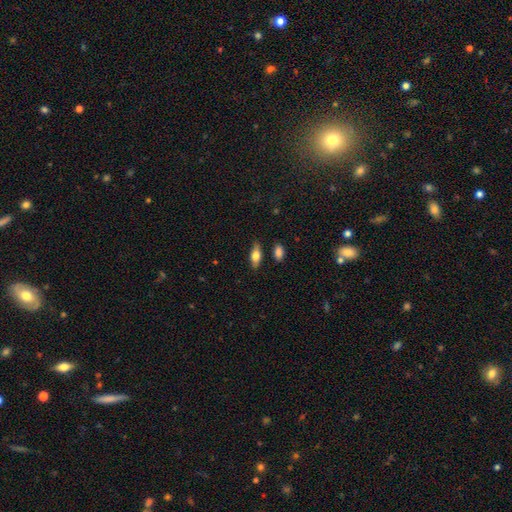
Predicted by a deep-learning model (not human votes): Overall: smooth (66%; featured or disk 27%). How rounded: in between (78%). Merging: none (80%).